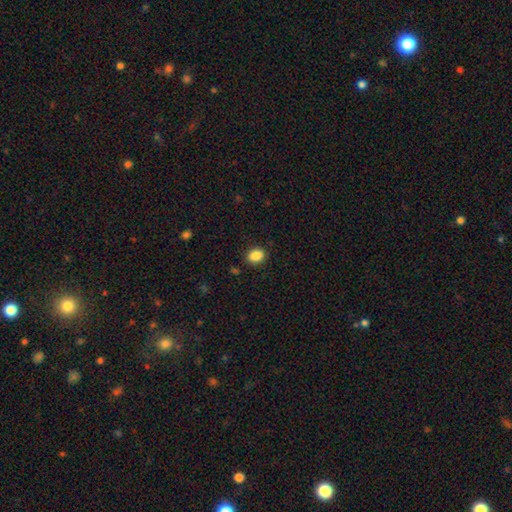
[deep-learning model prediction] smooth 88%, star or artifact 9%, featured or disk 4%. Down the decision tree: how rounded — in between (68%); merging — none (88%).